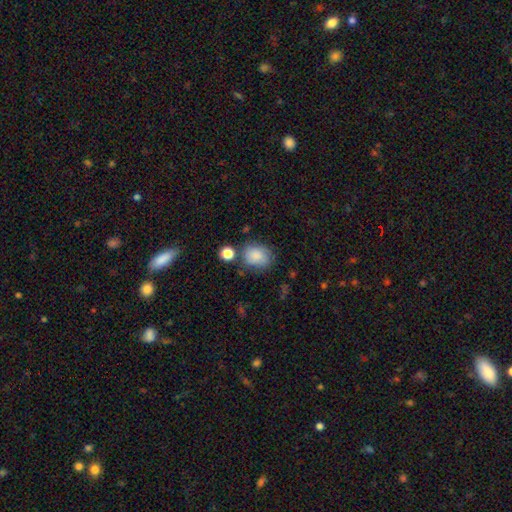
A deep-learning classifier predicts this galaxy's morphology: The model was most divided on "how rounded": round: 54%, in between: 45%, cigar-shaped: 1%. More confident: smooth or featured — smooth (84%); merging — none (67%).